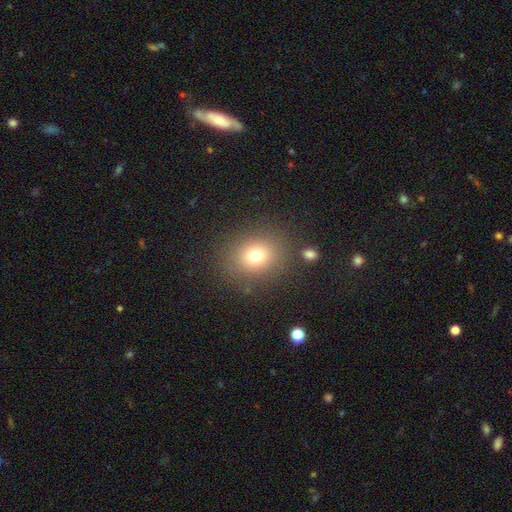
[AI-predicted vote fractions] Smooth or featured?
  - smooth: 74% *
  - star or artifact: 15%
  - featured or disk: 11%
How rounded?
  - round: 68% *
  - in between: 31%
  - cigar-shaped: 1%
Merging?
  - none: 84% *
  - minor disturbance: 9%
  - major disturbance: 4%
  - merger: 3%